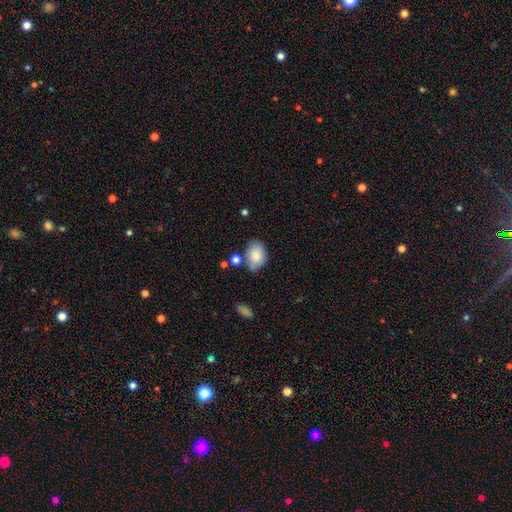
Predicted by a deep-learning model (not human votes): Overall: smooth (83%). How rounded: in between (74%). Merging: none (64%).